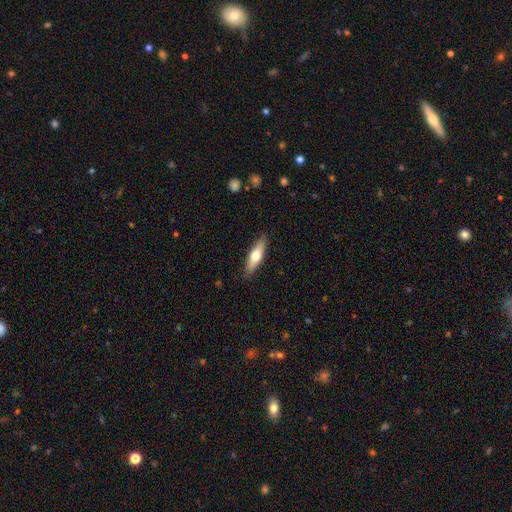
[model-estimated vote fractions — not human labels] smooth_or_featured: smooth (p=0.58) [alt: featured or disk p=0.37]
how_rounded: cigar-shaped (p=0.58) [alt: in between p=0.39]
merging: none (p=0.87) [alt: minor disturbance p=0.10]